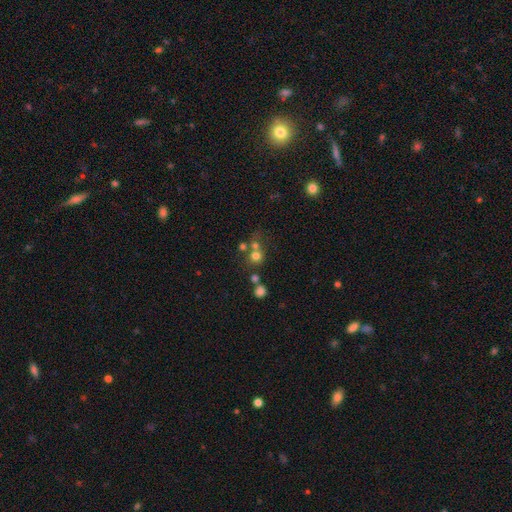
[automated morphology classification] A smooth galaxy with no disk features (68%) that is round (86%).

Vote fractions:
- Smooth or featured? smooth: 68% / star or artifact: 19% / featured or disk: 13%
- How rounded? round: 86% / in between: 13% / cigar-shaped: 1%
- Merging? none: 50% / merger: 37% / minor disturbance: 8% / major disturbance: 5%